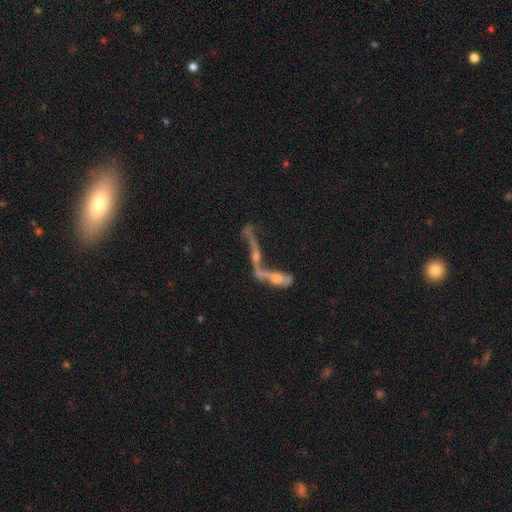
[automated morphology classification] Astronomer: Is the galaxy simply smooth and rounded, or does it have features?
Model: featured or disk — 45% (runner-up: smooth, 29%).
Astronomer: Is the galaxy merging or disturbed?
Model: merger — 39%, tied with none at 39%.